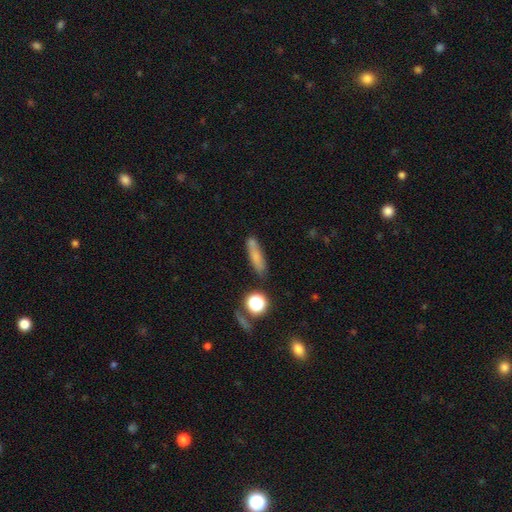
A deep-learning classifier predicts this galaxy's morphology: Smooth or featured? smooth (69%)
How rounded? cigar-shaped (67%)
Merging? none (70%)